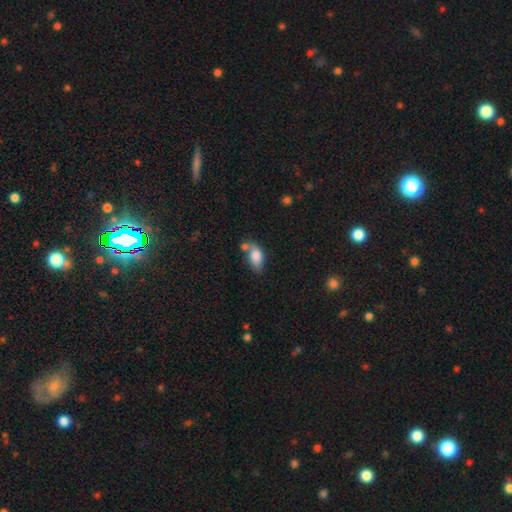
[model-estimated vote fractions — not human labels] This is likely a smooth galaxy (79%). How rounded: clearly in between (90%). Merging: marginally none (38%).